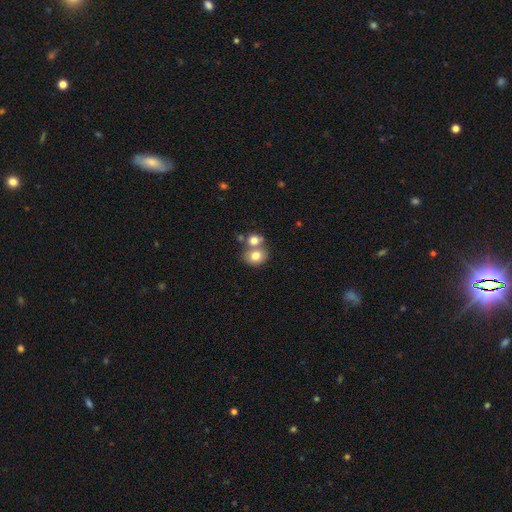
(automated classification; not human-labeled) Overall: smooth (78%). How rounded: round (62%; in between 37%). Merging: merger (49%; none 39%).